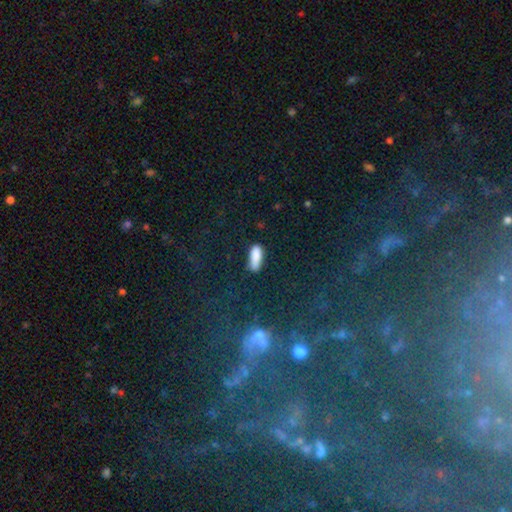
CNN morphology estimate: Smooth or featured?
  - smooth: 86% *
  - star or artifact: 8%
  - featured or disk: 6%
How rounded?
  - in between: 71% *
  - cigar-shaped: 27%
  - round: 3%
Merging?
  - none: 70% *
  - minor disturbance: 22%
  - major disturbance: 5%
  - merger: 3%